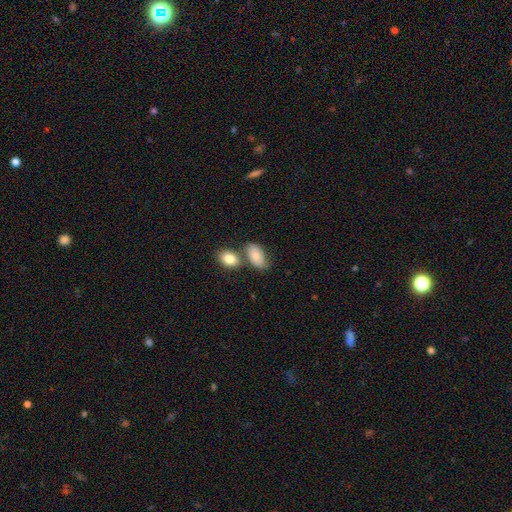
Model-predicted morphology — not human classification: Overall: smooth (80%). How rounded: in between (92%). Merging: none (46%; merger 31%).